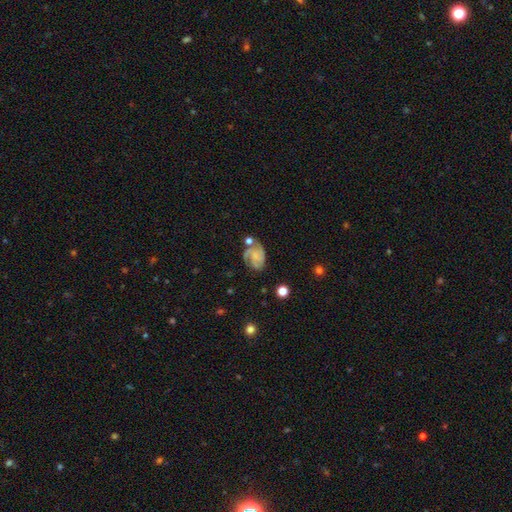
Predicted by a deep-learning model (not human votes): A featured or disk galaxy (73%) with no bar (68%), 3 (40%) medium (45%) spiral arms (93%) and a small central bulge (49%).

Vote fractions:
- Smooth or featured? featured or disk: 73% / smooth: 19% / star or artifact: 8%
- Edge-on disk? no: 98% / yes: 2%
- Bar? no: 68% / weak: 28% / strong: 5%
- Spiral arms? yes: 93% / no: 7%
- Spiral winding? medium: 45% / tight: 40% / loose: 15%
- Spiral arm count? 3: 40% / 2: 32% / can't tell: 14% / 4: 5% / 1: 5% / more than 4: 3%
- Bulge size? small: 49% / none: 28% / moderate: 19% / large: 2% / dominant: 1%
- Merging? none: 53% / minor disturbance: 23% / major disturbance: 14% / merger: 10%